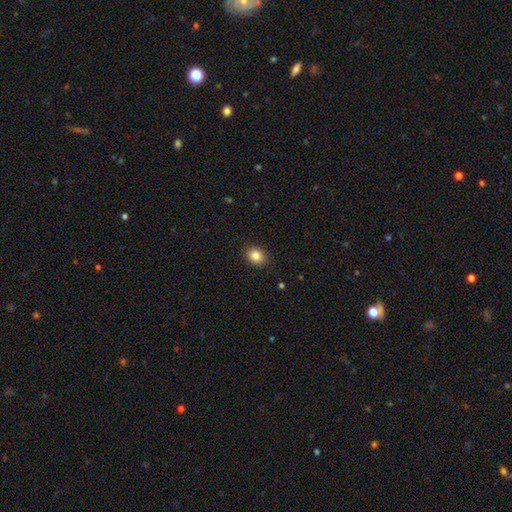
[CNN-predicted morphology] smooth-or-featured: smooth: 85% | star or artifact: 10% | featured or disk: 5%
  how-rounded: round: 56% | in between: 43% | cigar-shaped: 1%
  merging: none: 90% | minor disturbance: 8% | major disturbance: 2% | merger: 1%